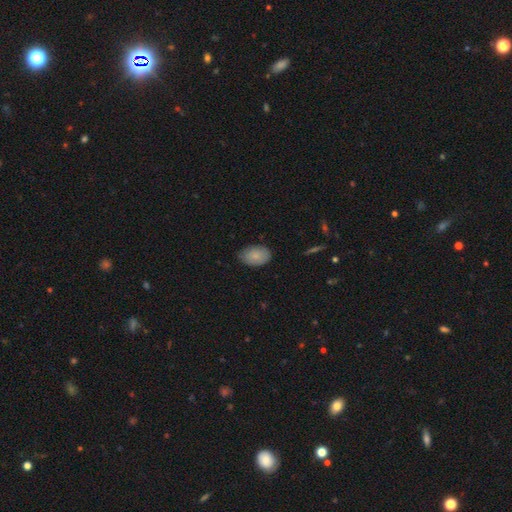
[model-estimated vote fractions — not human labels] smooth_or_featured: smooth (p=0.82) [alt: featured or disk p=0.11]
how_rounded: in between (p=0.89) [alt: round p=0.09]
merging: none (p=0.76) [alt: minor disturbance p=0.20]